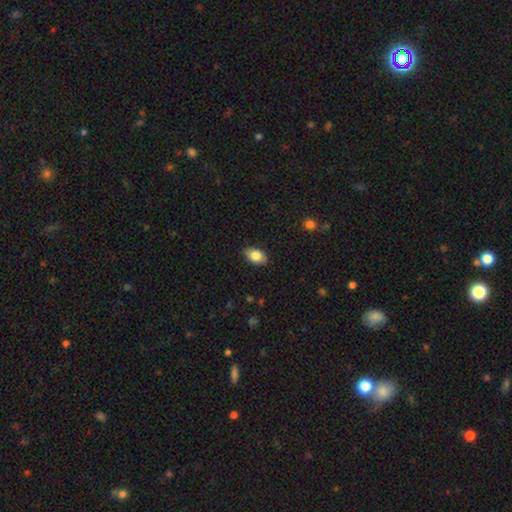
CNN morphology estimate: Q: Smooth or featured?
A: smooth (83%); runner-up: featured or disk (10%)
Q: How rounded?
A: in between (89%); runner-up: round (9%)
Q: Merging?
A: none (87%); runner-up: minor disturbance (10%)